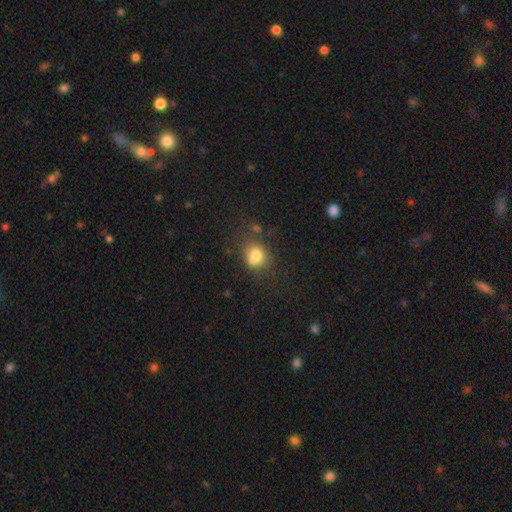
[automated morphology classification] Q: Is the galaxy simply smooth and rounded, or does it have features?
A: smooth — 73%.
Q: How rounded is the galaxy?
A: round — 66%.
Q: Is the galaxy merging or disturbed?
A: none — 45%.